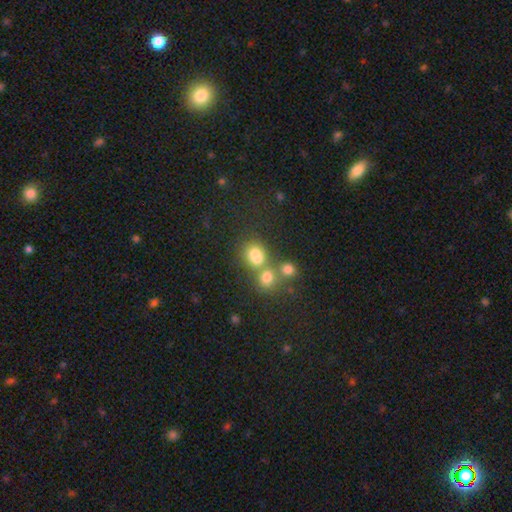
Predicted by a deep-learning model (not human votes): A smooth galaxy with no disk features (73%) that is round (62%). Merging: merger (45%).